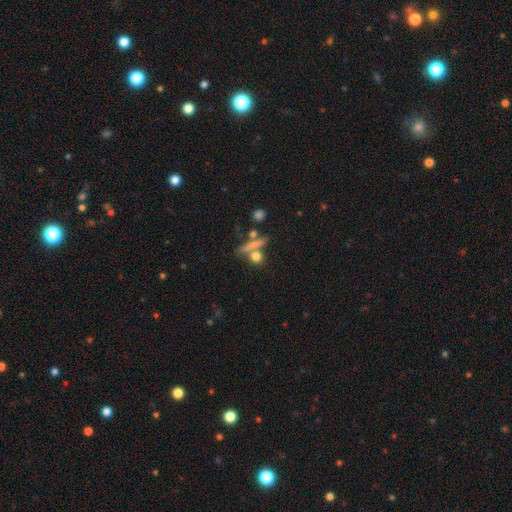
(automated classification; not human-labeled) Smooth or featured? smooth (68%)
How rounded? round (47%)
Merging? none (54%)